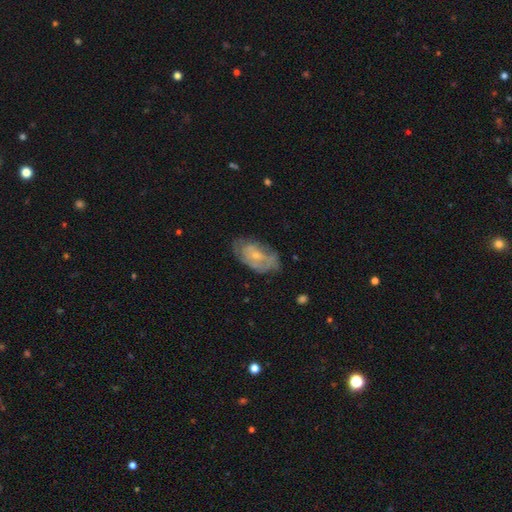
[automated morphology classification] featured or disk 59%, smooth 35%, star or artifact 7%. Down the decision tree: edge-on disk — no (94%); bar — no (72%); spiral arms — yes (61%); bulge size — small (62%); merging — none (61%).